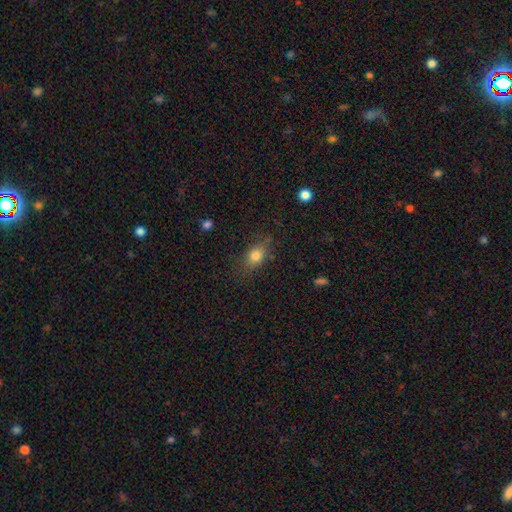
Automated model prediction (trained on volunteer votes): Smooth or featured? Predicted: smooth (p=0.79). How rounded? Predicted: in between (p=0.67). Merging? Predicted: none (p=0.76).